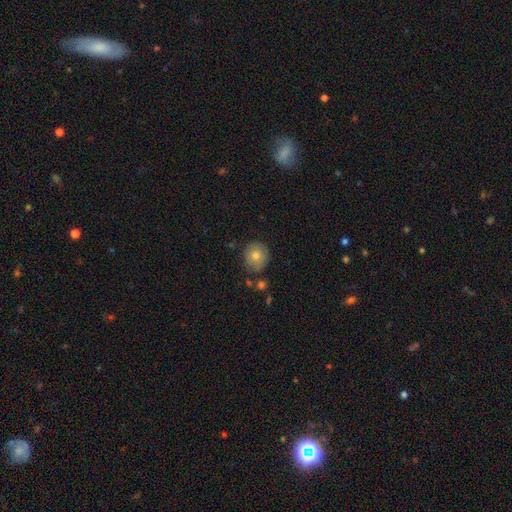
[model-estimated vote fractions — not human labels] This is likely a smooth galaxy (73%). How rounded: clearly round (86%). Merging: clearly none (82%).